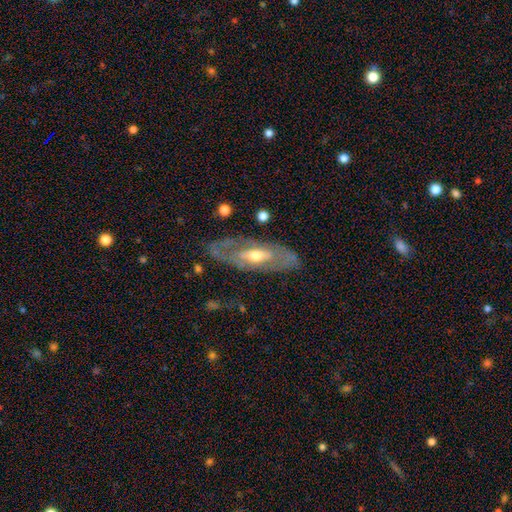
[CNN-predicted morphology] Overall: featured or disk (73%). Edge-on disk: no (79%). Bar: no (53%; weak 30%). Spiral arms: no (53%; yes 47%). Bulge size: moderate (68%). Merging: none (75%).